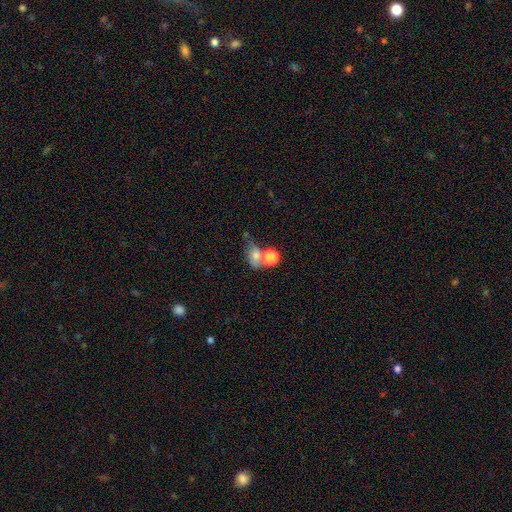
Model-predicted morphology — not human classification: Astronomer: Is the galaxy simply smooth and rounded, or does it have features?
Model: smooth — 69%.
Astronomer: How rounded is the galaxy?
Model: in between — 63%.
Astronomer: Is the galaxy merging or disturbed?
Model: merger — 46% (runner-up: none, 29%).